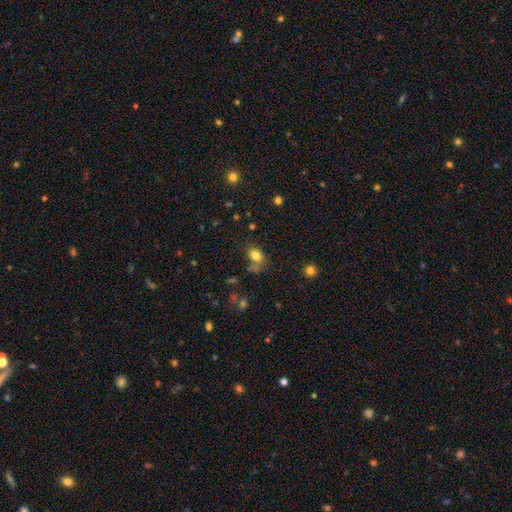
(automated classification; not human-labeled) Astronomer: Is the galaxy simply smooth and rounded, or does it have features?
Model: smooth — 80%.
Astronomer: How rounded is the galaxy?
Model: in between — 65%.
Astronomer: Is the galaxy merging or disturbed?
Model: none — 61%.